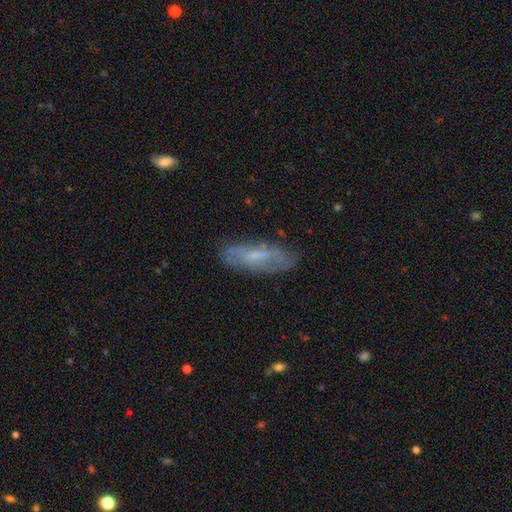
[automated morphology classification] Q: Smooth or featured?
A: featured or disk (48%); runner-up: smooth (44%)
Q: Merging?
A: none (74%); runner-up: minor disturbance (18%)